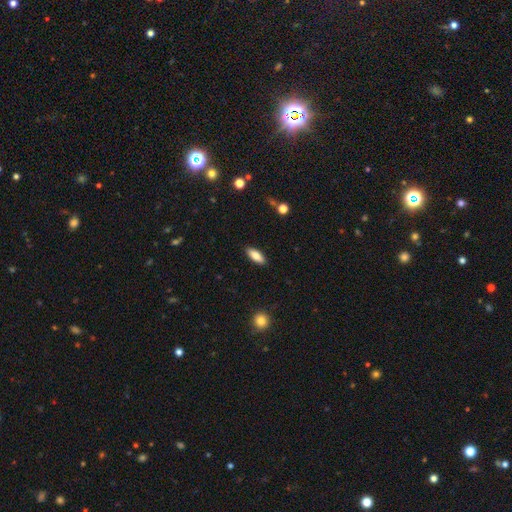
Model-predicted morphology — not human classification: Smooth or featured? smooth (81%)
How rounded? in between (76%)
Merging? none (89%)